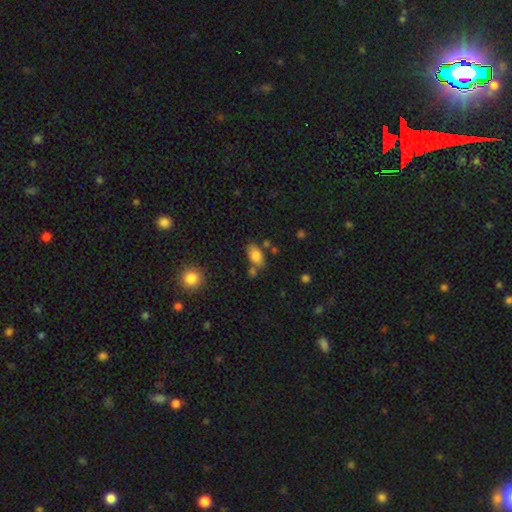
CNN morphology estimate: type=smooth (80%); roundness=in between (89%); merging=none (61%).